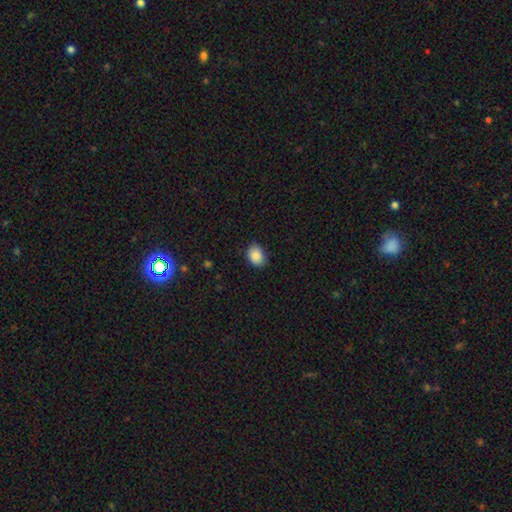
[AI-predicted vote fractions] Smooth or featured? smooth (88%)
How rounded? in between (72%)
Merging? none (81%)